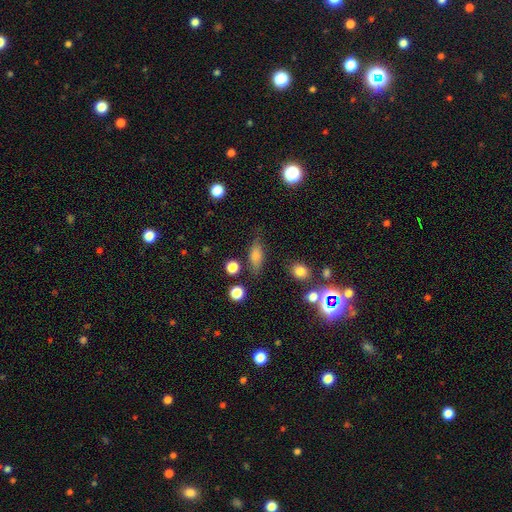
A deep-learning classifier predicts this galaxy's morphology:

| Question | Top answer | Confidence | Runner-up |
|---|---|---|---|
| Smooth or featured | smooth | 66% | featured or disk (19%) |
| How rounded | in between | 62% | cigar-shaped (29%) |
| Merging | none | 75% | minor disturbance (16%) |